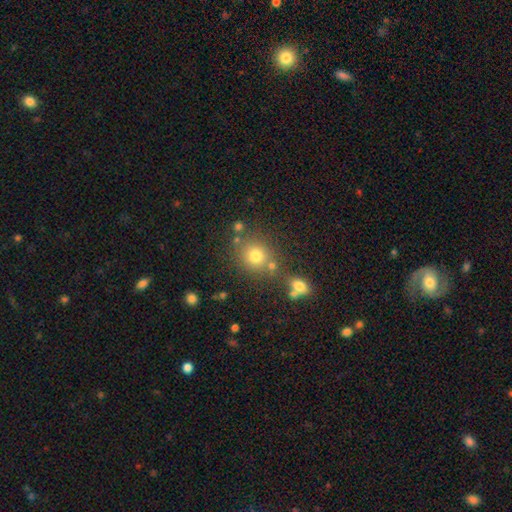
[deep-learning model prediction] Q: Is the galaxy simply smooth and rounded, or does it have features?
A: smooth — 74%.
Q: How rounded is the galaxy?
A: round — 86%.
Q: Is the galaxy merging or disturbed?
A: none — 71%.